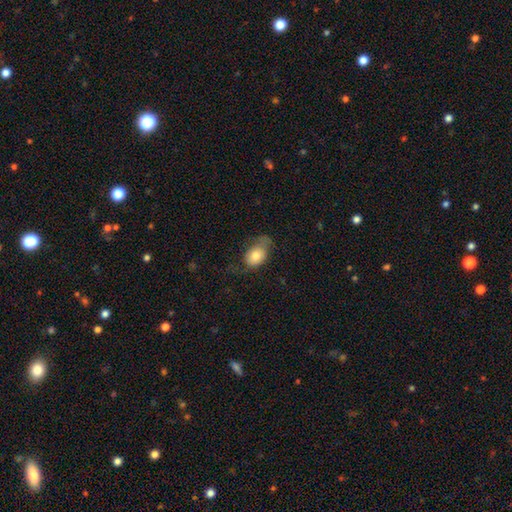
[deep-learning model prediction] A smooth galaxy with no disk features (75%) that is in between round and cigar-shaped (81%). Merging: none (41%).